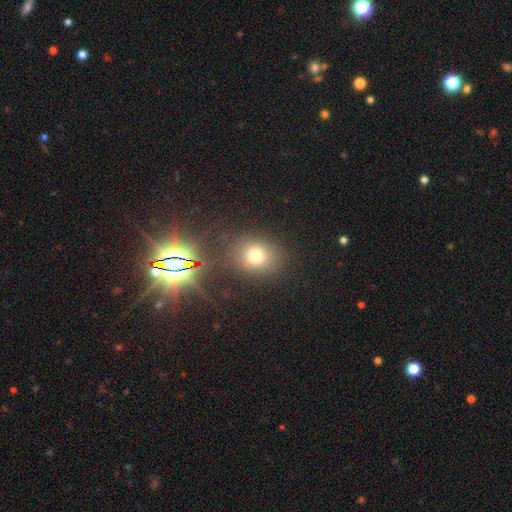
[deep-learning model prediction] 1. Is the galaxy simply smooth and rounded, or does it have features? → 69% smooth, 22% star or artifact, 9% featured or disk.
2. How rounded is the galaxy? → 66% round, 33% in between, 1% cigar-shaped.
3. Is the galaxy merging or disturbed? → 81% none, 11% minor disturbance, 5% major disturbance, 3% merger.